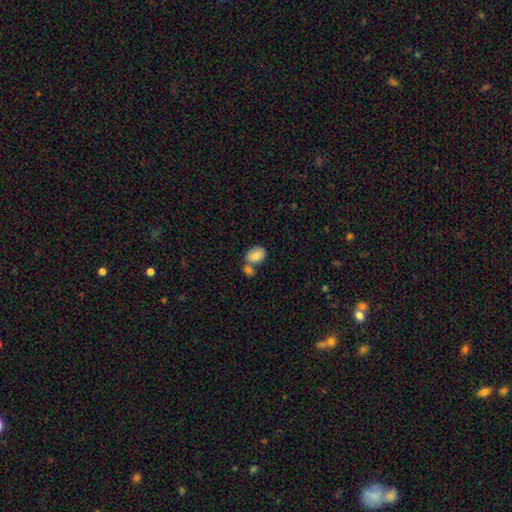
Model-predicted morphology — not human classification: Q: Smooth or featured?
A: smooth (82%); runner-up: featured or disk (11%)
Q: How rounded?
A: in between (80%); runner-up: round (19%)
Q: Merging?
A: merger (45%); runner-up: none (38%)